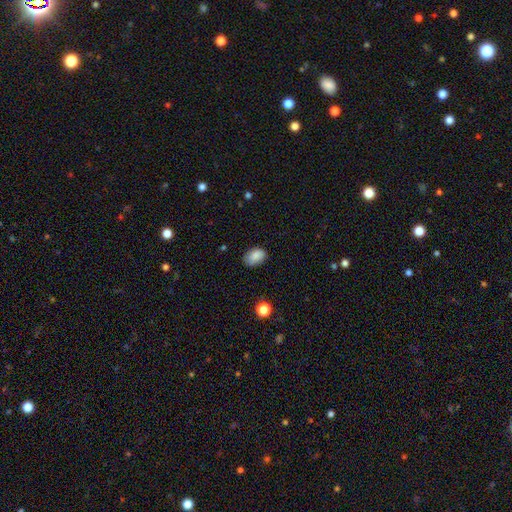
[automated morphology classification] smooth 85%, star or artifact 8%, featured or disk 6%. Down the decision tree: how rounded — in between (83%); merging — none (74%).